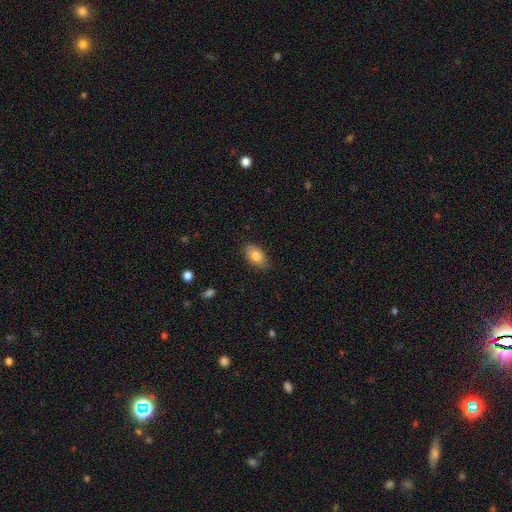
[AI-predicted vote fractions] Smooth or featured?
  - smooth: 81% *
  - featured or disk: 12%
  - star or artifact: 7%
How rounded?
  - in between: 92% *
  - round: 6%
  - cigar-shaped: 2%
Merging?
  - none: 85% *
  - minor disturbance: 12%
  - major disturbance: 2%
  - merger: 1%